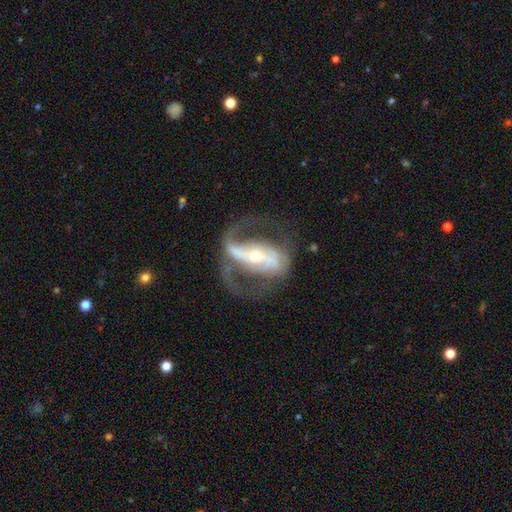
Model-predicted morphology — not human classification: Smooth or featured: featured or disk — 87% (smooth — 8%)
Edge-on disk: no — 93% (yes — 7%)
Bar: strong — 62% (weak — 21%)
Spiral arms: yes — 87% (no — 13%)
Spiral winding: medium — 47% (loose — 35%)
Spiral arm count: 2 — 83% (1 — 7%)
Bulge size: small — 57% (moderate — 38%)
Merging: none — 55% (major disturbance — 26%)